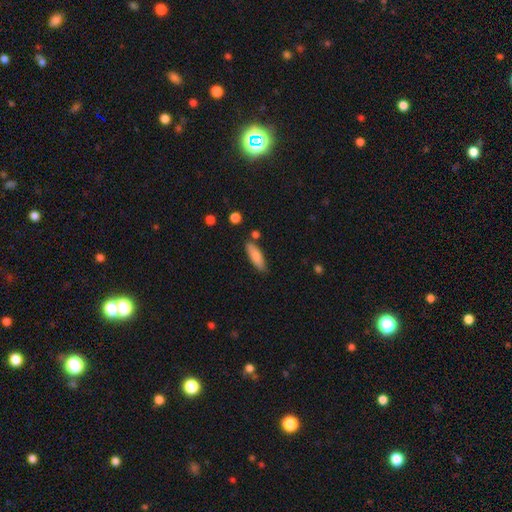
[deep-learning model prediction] This is clearly a smooth galaxy (82%). How rounded: possibly cigar-shaped (50%). Merging: likely none (78%).